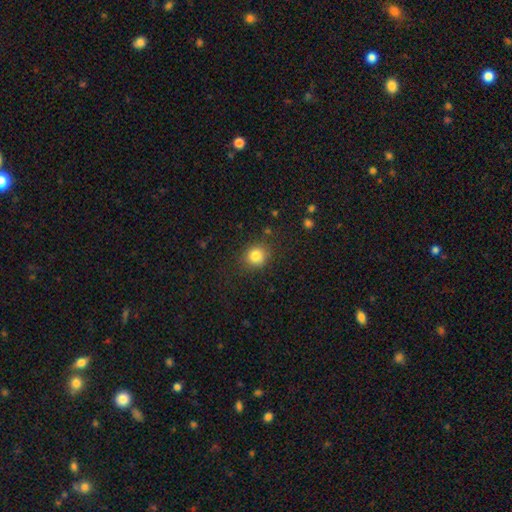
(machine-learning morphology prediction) type=smooth (83%); roundness=round (81%); merging=none (83%).